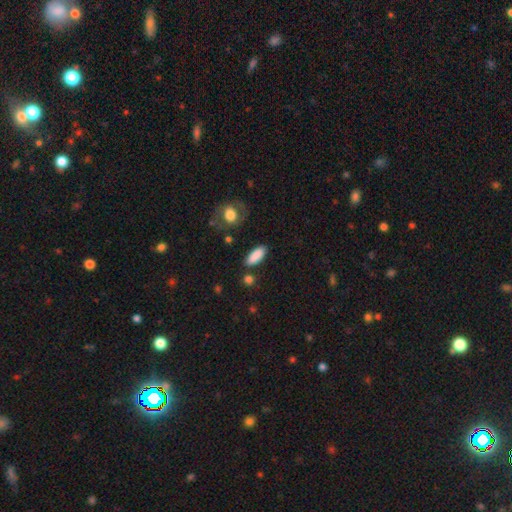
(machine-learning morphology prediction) The model was most divided on "how rounded": in between: 74%, cigar-shaped: 24%, round: 3%. More confident: smooth or featured — smooth (88%); merging — none (84%).